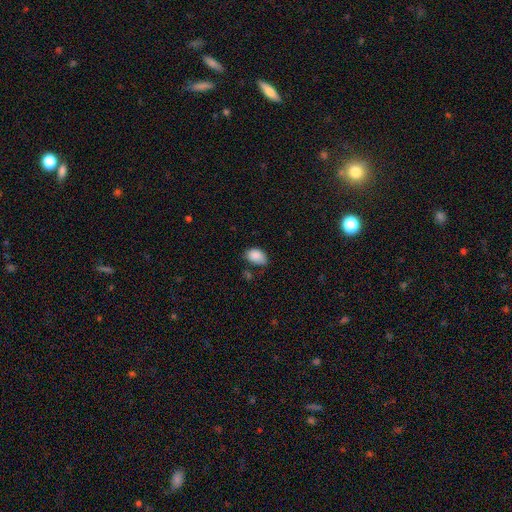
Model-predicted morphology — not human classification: Overall: smooth (88%). How rounded: in between (87%). Merging: none (60%; minor disturbance 29%).